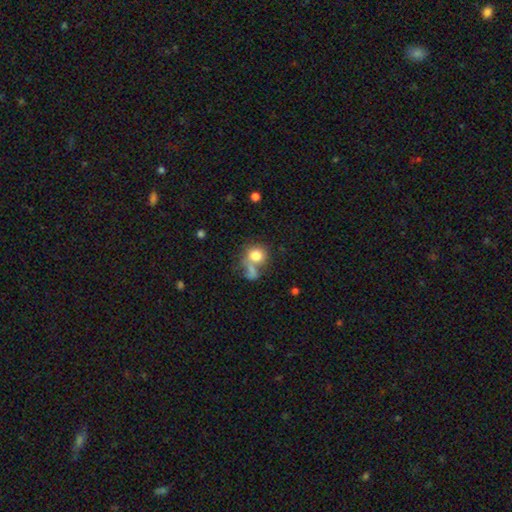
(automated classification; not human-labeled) Overall: smooth (79%). How rounded: round (76%). Merging: none (41%; merger 38%).